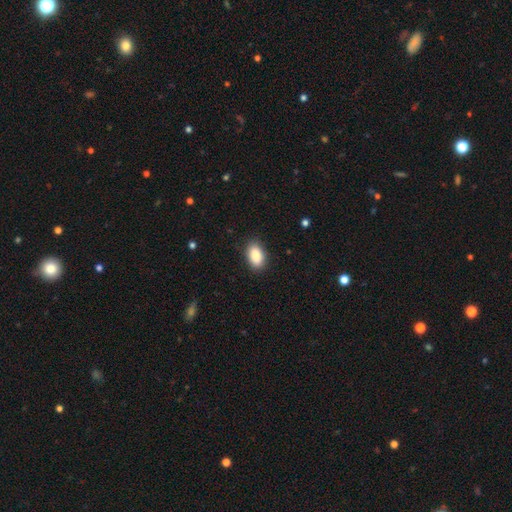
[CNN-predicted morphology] Smooth or featured? smooth (90%)
How rounded? in between (93%)
Merging? none (87%)